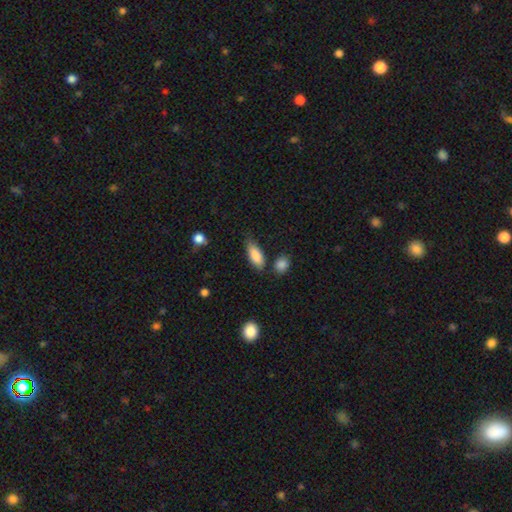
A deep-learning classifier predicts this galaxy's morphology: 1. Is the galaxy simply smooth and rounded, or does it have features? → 86% smooth, 8% featured or disk, 7% star or artifact.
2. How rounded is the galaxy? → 75% in between, 22% cigar-shaped, 3% round.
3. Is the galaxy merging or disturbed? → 65% none, 24% minor disturbance, 6% merger, 5% major disturbance.